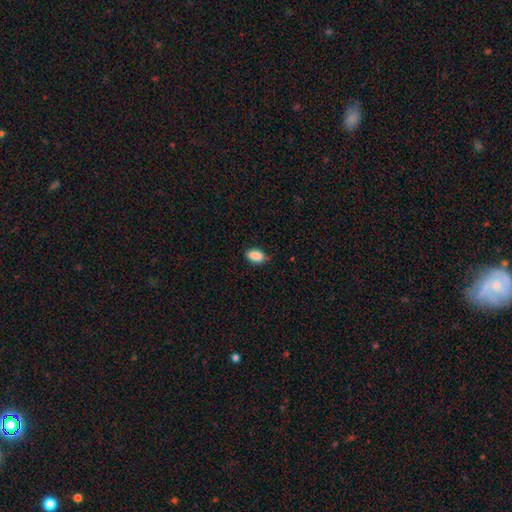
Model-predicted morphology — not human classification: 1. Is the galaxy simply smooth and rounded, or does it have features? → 89% smooth, 8% star or artifact, 4% featured or disk.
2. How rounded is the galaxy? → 91% in between, 6% round, 3% cigar-shaped.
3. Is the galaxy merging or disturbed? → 77% none, 19% minor disturbance, 3% major disturbance, 1% merger.